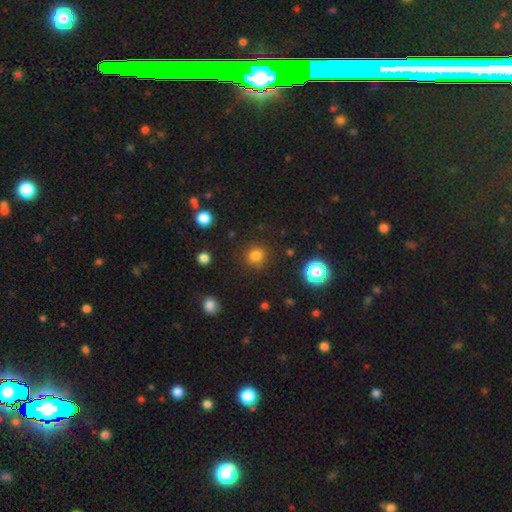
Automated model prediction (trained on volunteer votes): Q: Smooth or featured?
A: smooth (80%); runner-up: star or artifact (15%)
Q: How rounded?
A: round (90%); runner-up: in between (9%)
Q: Merging?
A: none (88%); runner-up: minor disturbance (8%)